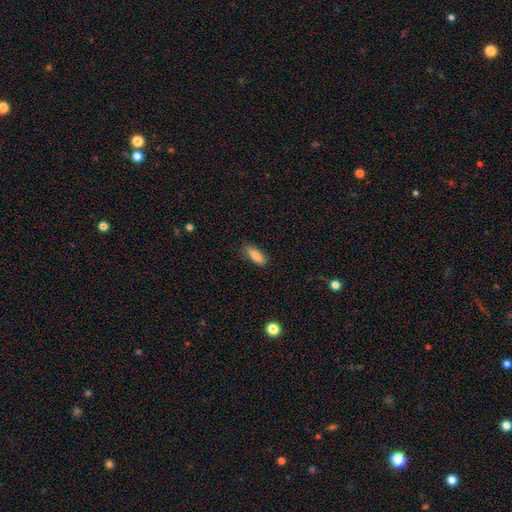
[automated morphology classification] smooth-or-featured: smooth: 86% | featured or disk: 7% | star or artifact: 7%
  how-rounded: in between: 64% | cigar-shaped: 34% | round: 2%
  merging: none: 82% | minor disturbance: 14% | major disturbance: 3% | merger: 1%